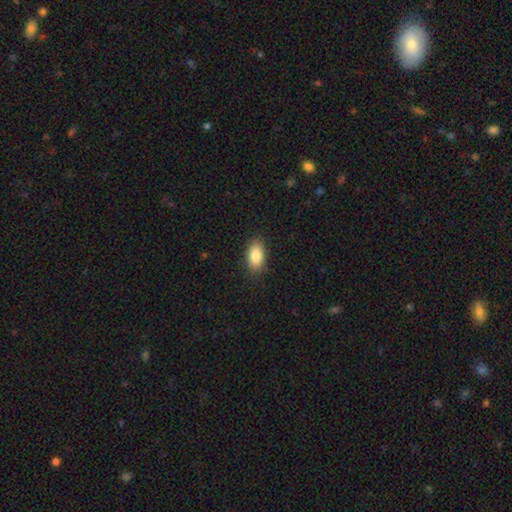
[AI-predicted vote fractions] smooth-or-featured: smooth: 87% | star or artifact: 7% | featured or disk: 6%
  how-rounded: in between: 92% | round: 4% | cigar-shaped: 4%
  merging: none: 88% | minor disturbance: 9% | major disturbance: 2% | merger: 1%